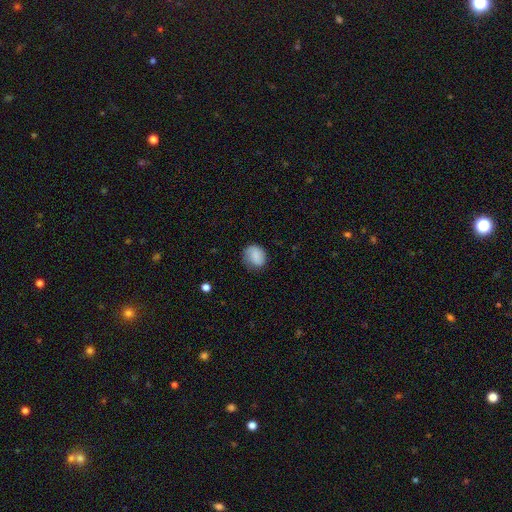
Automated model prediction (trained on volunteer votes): Smooth or featured: smooth — 79% (featured or disk — 13%)
How rounded: round — 59% (in between — 40%)
Merging: none — 65% (minor disturbance — 25%)